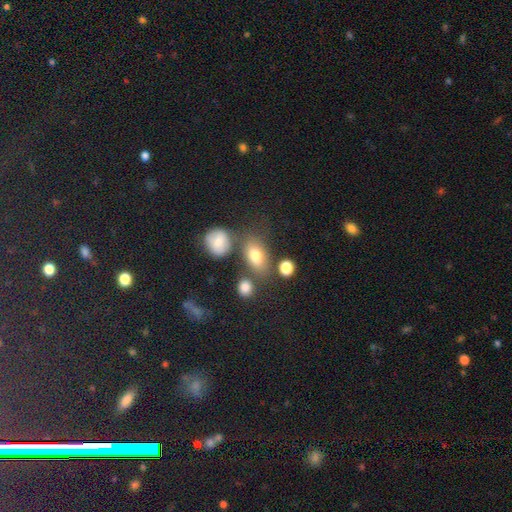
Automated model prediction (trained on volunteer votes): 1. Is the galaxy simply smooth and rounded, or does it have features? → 76% smooth, 13% featured or disk, 11% star or artifact.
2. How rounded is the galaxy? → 82% in between, 14% round, 4% cigar-shaped.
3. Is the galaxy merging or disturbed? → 67% none, 15% minor disturbance, 12% merger, 6% major disturbance.